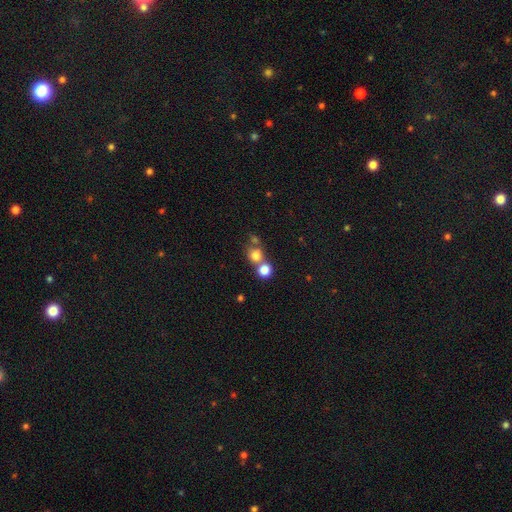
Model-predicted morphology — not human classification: smooth_or_featured: smooth (p=0.76) [alt: star or artifact p=0.14]
how_rounded: round (p=0.84) [alt: in between p=0.15]
merging: none (p=0.47) [alt: merger p=0.41]